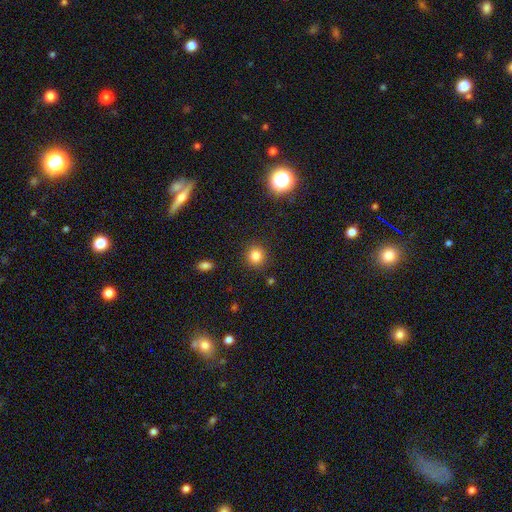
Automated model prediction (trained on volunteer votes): smooth 82%, star or artifact 13%, featured or disk 5%. Down the decision tree: how rounded — round (90%); merging — none (89%).